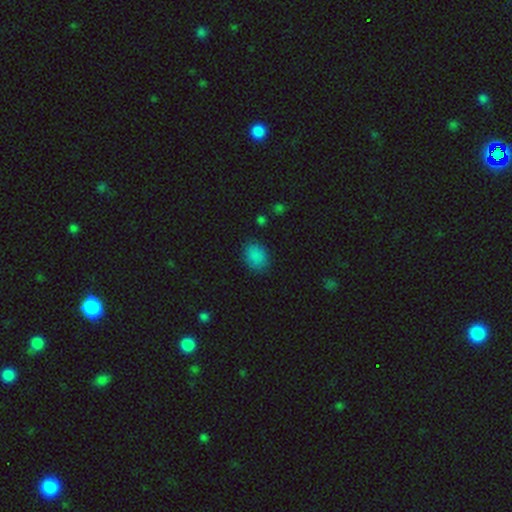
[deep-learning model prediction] Smooth or featured? smooth (86%)
How rounded? in between (62%)
Merging? none (83%)